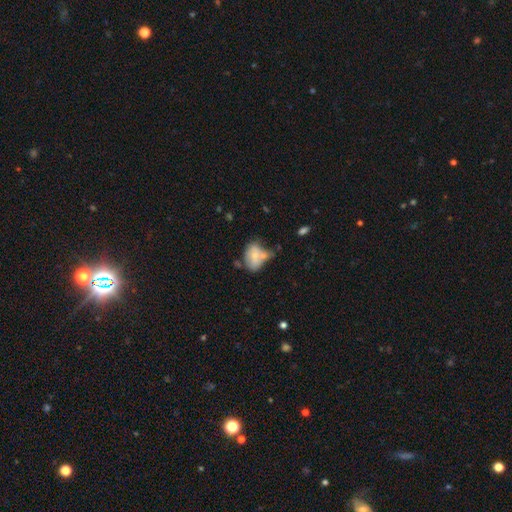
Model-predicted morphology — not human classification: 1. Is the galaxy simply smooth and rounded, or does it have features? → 65% smooth, 26% featured or disk, 9% star or artifact.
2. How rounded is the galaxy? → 75% in between, 23% round, 2% cigar-shaped.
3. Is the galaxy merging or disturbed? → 30% merger, 29% none, 26% minor disturbance, 14% major disturbance.